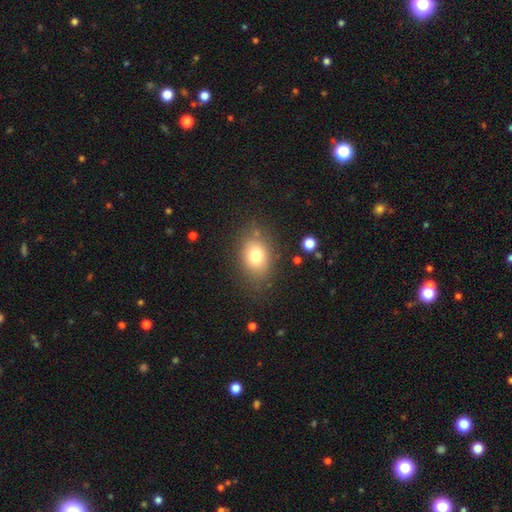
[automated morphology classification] Smooth or featured? smooth (76%)
How rounded? in between (67%)
Merging? none (77%)